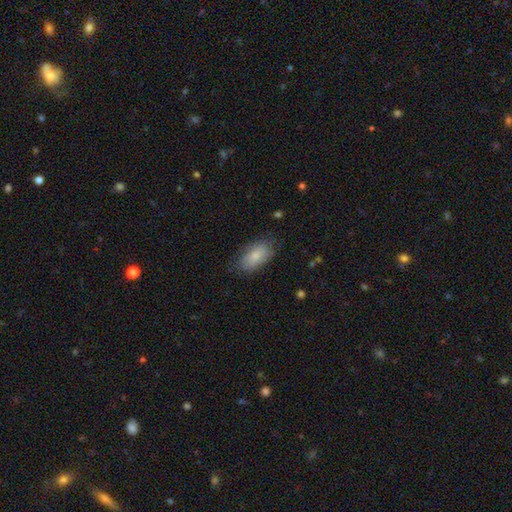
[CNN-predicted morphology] smooth_or_featured: smooth (p=0.79) [alt: featured or disk p=0.14]
how_rounded: in between (p=0.93) [alt: round p=0.04]
merging: none (p=0.73) [alt: minor disturbance p=0.20]